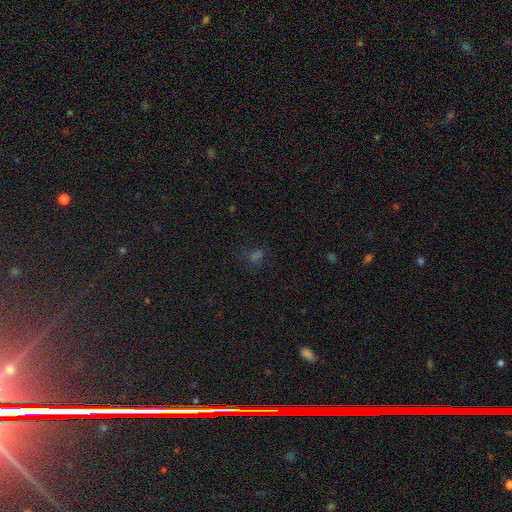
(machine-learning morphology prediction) A star or artifact, not a galaxy (45%).

Vote fractions:
- Smooth or featured? star or artifact: 45% / smooth: 44% / featured or disk: 11%